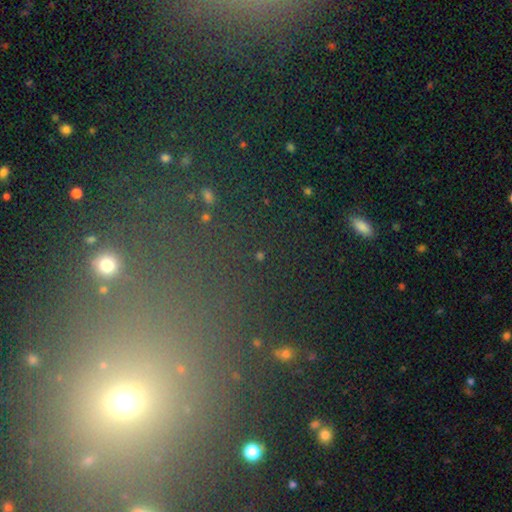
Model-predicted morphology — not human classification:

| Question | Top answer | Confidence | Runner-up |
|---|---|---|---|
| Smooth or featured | star or artifact | 59% | smooth (29%) |